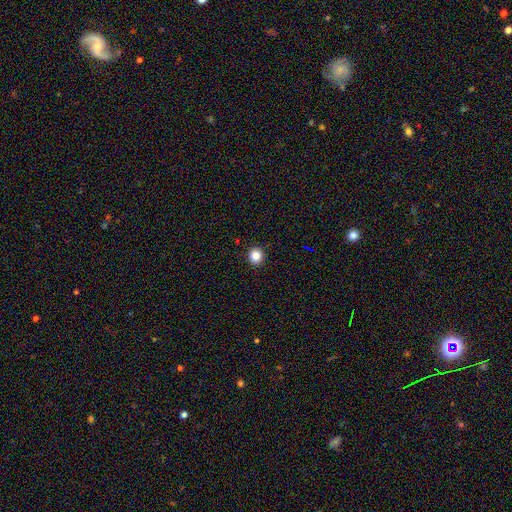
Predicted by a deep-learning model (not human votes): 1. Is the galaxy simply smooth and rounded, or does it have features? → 85% smooth, 12% star or artifact, 4% featured or disk.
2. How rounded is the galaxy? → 92% round, 7% in between, 1% cigar-shaped.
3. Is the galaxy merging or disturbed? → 92% none, 5% minor disturbance, 2% major disturbance, 1% merger.